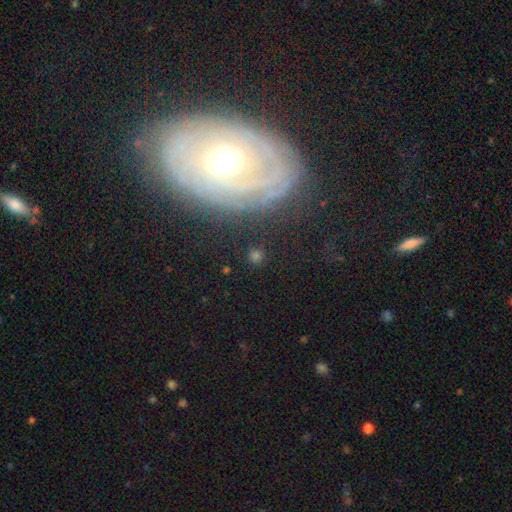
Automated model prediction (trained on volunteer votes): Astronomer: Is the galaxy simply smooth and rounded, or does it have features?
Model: smooth — 63%.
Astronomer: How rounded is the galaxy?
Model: round — 88%.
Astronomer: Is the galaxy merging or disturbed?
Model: none — 84%.